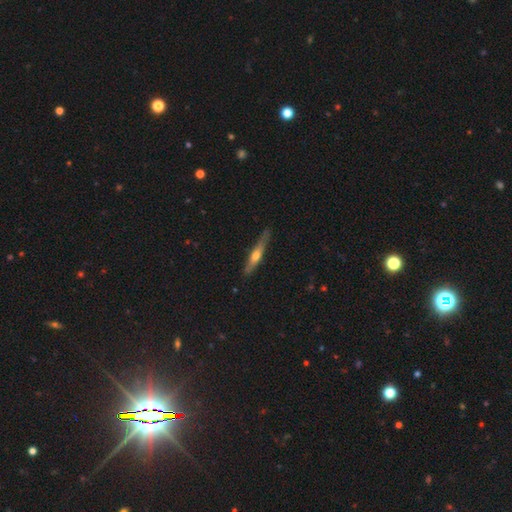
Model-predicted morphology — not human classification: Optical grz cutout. It shows a featured or disk galaxy (52%) viewed edge-on (91%). Merging: none (80%).